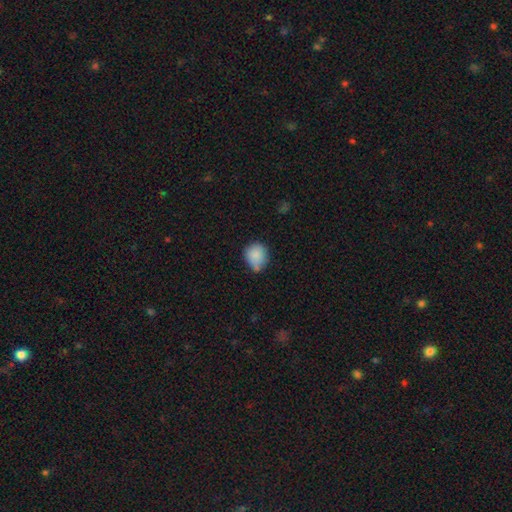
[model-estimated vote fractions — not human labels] This appears to be a smooth galaxy with no disk features (85%) that is round (76%). Merging: none (55%).